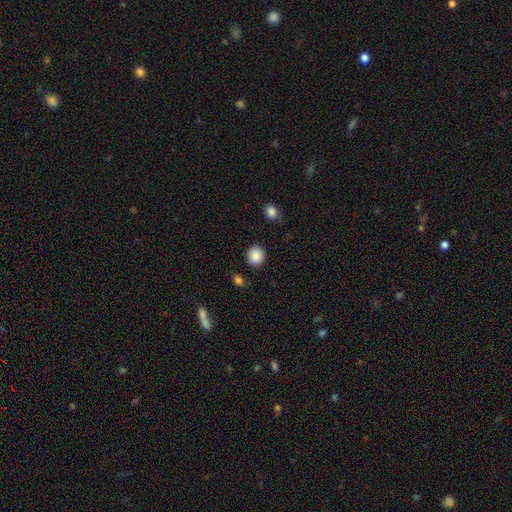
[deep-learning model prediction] This is clearly a smooth galaxy (88%). How rounded: clearly round (88%). Merging: clearly none (88%).